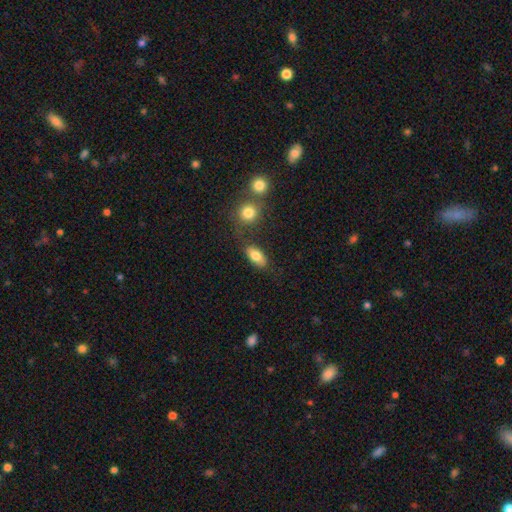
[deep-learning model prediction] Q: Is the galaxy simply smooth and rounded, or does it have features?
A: smooth — 80%.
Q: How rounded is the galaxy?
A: in between — 87%.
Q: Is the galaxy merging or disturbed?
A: none — 71%.